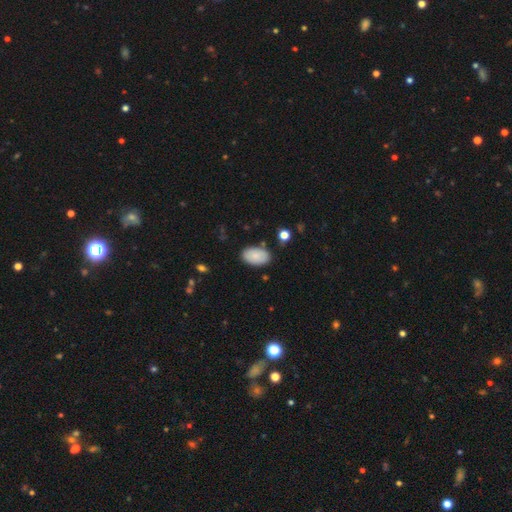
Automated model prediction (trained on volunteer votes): Q: Smooth or featured?
A: smooth (86%); runner-up: featured or disk (8%)
Q: How rounded?
A: in between (94%); runner-up: round (5%)
Q: Merging?
A: none (83%); runner-up: minor disturbance (12%)